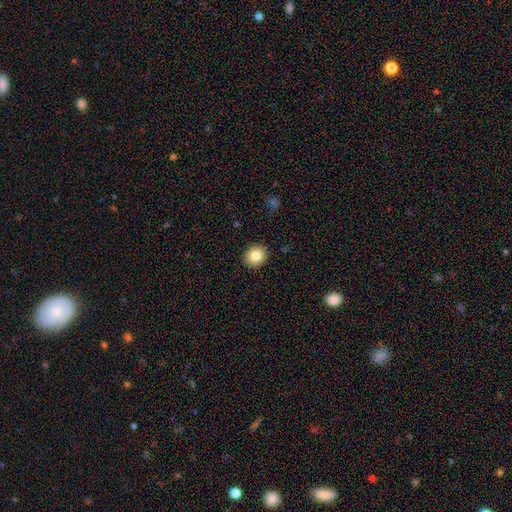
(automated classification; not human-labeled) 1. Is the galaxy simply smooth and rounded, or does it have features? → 83% smooth, 9% star or artifact, 7% featured or disk.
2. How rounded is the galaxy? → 78% round, 21% in between, 1% cigar-shaped.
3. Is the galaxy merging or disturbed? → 91% none, 6% minor disturbance, 2% major disturbance, 1% merger.